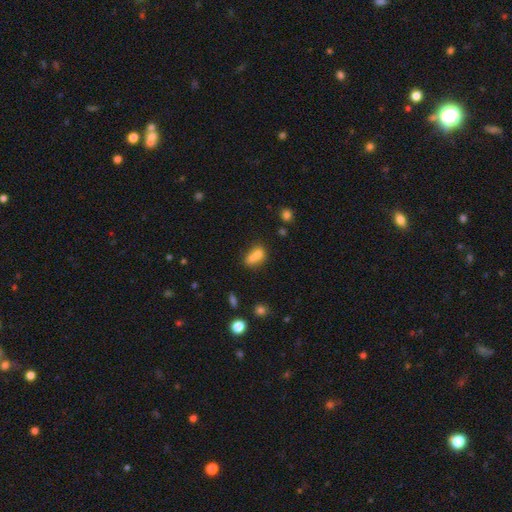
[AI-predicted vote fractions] Smooth or featured?
  - smooth: 71% *
  - featured or disk: 18%
  - star or artifact: 11%
How rounded?
  - in between: 59% *
  - round: 36%
  - cigar-shaped: 4%
Merging?
  - merger: 60% *
  - none: 26%
  - minor disturbance: 9%
  - major disturbance: 5%